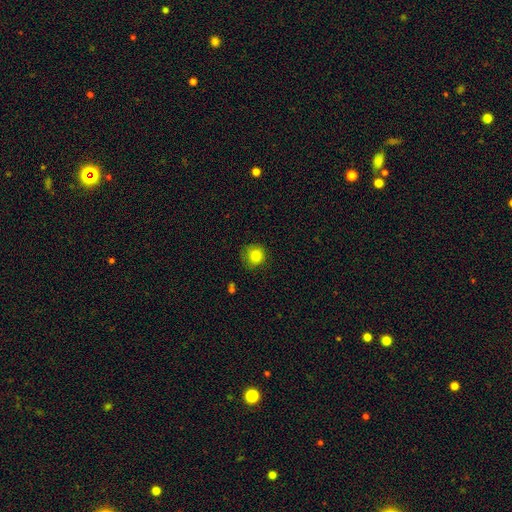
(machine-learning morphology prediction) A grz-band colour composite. It shows a smooth galaxy with no disk features (85%) that is round (88%). Merging: none (72%).